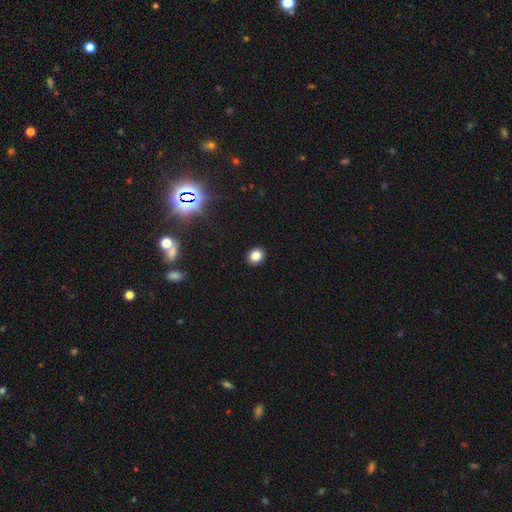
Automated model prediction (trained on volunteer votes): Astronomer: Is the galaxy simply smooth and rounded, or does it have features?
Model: smooth — 84%.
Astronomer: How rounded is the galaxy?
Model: round — 67%.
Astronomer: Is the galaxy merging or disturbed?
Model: none — 92%.